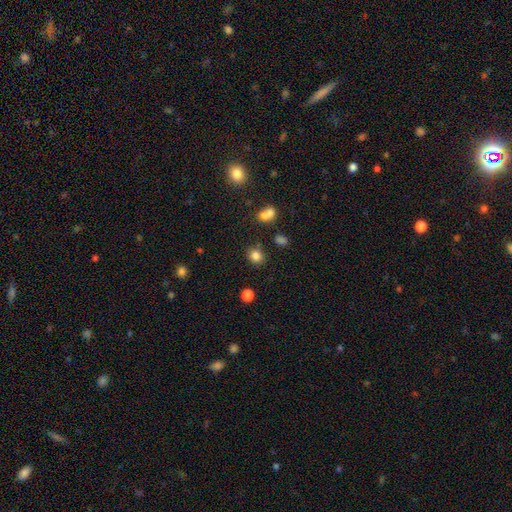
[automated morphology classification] Smooth or featured? Predicted: smooth (p=0.83). How rounded? Predicted: round (p=0.80). Merging? Predicted: none (p=0.81).